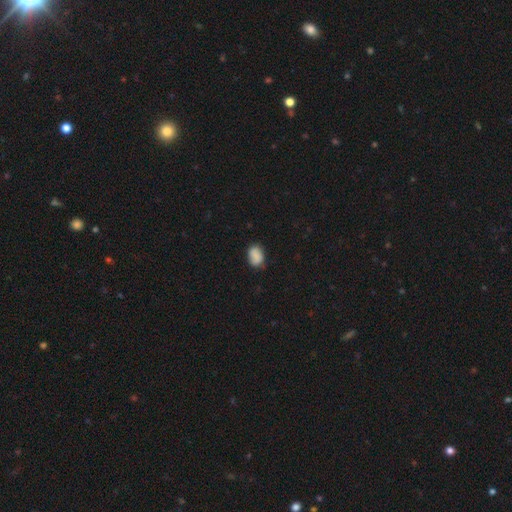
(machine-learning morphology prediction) Smooth or featured?
  - smooth: 86% *
  - star or artifact: 8%
  - featured or disk: 6%
How rounded?
  - in between: 77% *
  - round: 21%
  - cigar-shaped: 1%
Merging?
  - none: 72% *
  - minor disturbance: 22%
  - major disturbance: 4%
  - merger: 2%